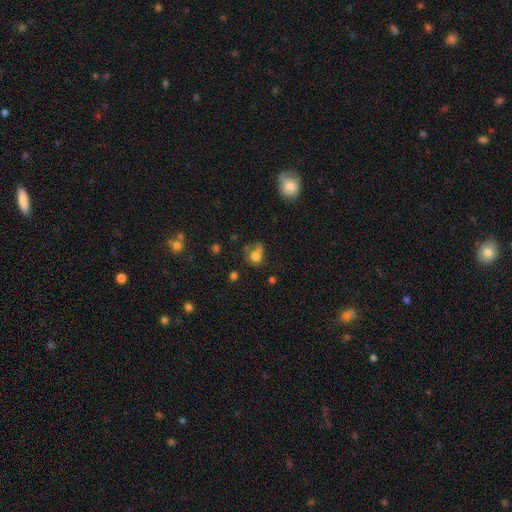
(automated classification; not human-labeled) This is likely a smooth galaxy (72%). How rounded: possibly round (57%). Merging: marginally none (35%).